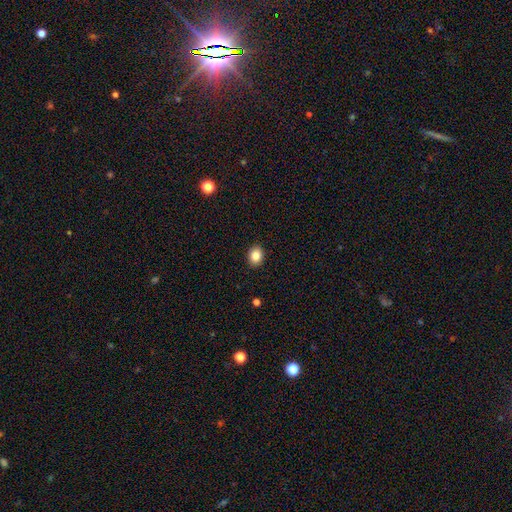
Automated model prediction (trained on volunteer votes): Smooth or featured?
  - smooth: 84% *
  - star or artifact: 9%
  - featured or disk: 6%
How rounded?
  - in between: 53% *
  - round: 46%
  - cigar-shaped: 1%
Merging?
  - none: 91% *
  - minor disturbance: 6%
  - major disturbance: 2%
  - merger: 1%